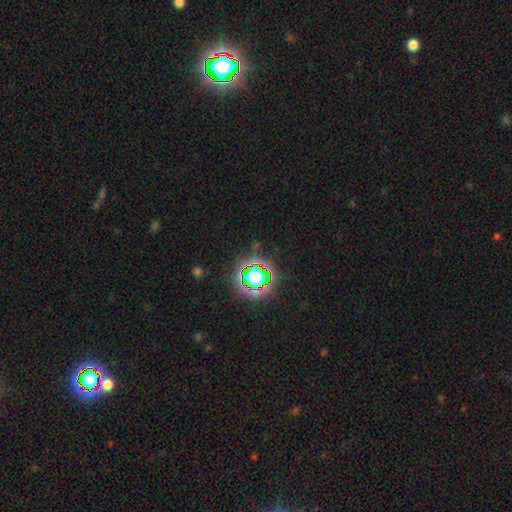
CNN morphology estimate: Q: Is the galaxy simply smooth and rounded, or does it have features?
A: star or artifact — 80%.